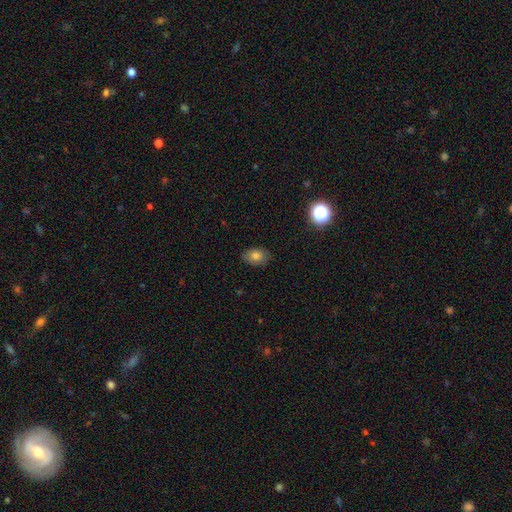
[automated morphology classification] The model was most divided on "how rounded": in between: 76%, round: 23%, cigar-shaped: 1%. More confident: merging — none (84%); smooth or featured — smooth (80%).